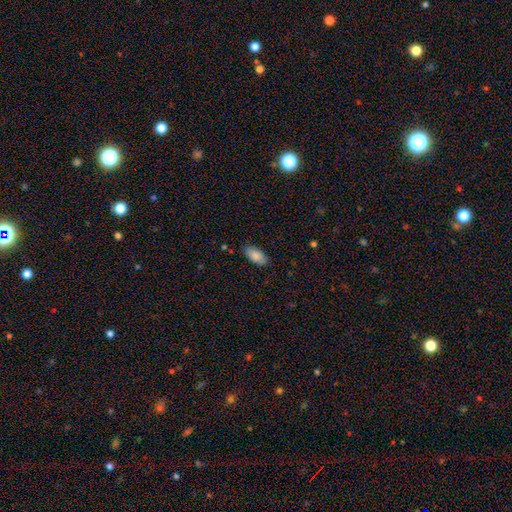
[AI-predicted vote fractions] Morphology: type=smooth (86%); roundness=in between (91%); merging=none (82%).